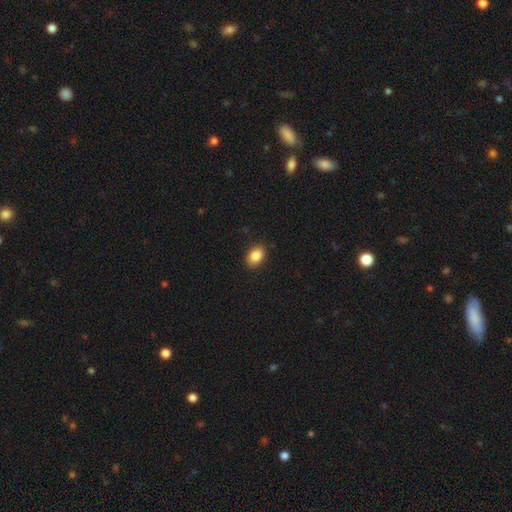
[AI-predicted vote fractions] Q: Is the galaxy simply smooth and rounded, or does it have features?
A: smooth — 87%.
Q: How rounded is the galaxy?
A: in between — 84%.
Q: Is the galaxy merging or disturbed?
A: none — 89%.